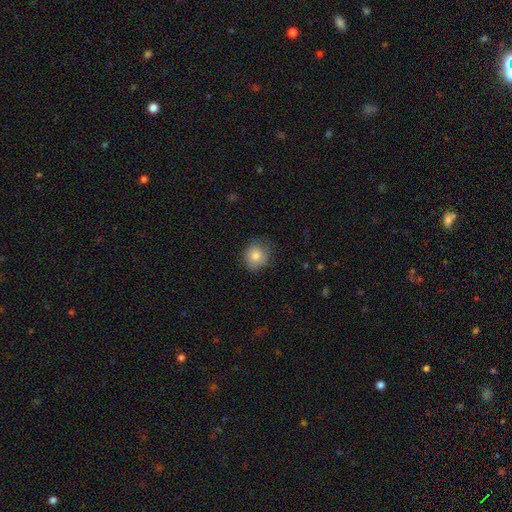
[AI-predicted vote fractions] smooth_or_featured: smooth (p=0.82) [alt: star or artifact p=0.09]
how_rounded: round (p=0.82) [alt: in between p=0.17]
merging: none (p=0.74) [alt: minor disturbance p=0.20]